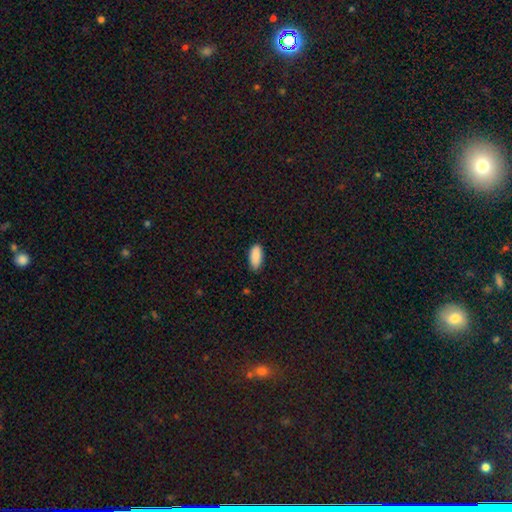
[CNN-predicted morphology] smooth-or-featured: smooth: 89% | star or artifact: 7% | featured or disk: 4%
  how-rounded: in between: 89% | cigar-shaped: 9% | round: 2%
  merging: none: 83% | minor disturbance: 14% | major disturbance: 2% | merger: 1%